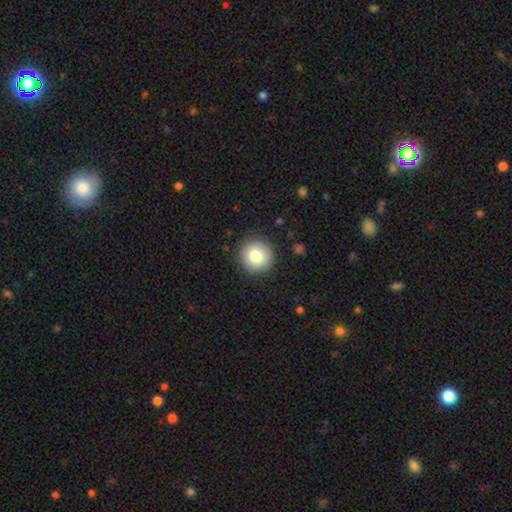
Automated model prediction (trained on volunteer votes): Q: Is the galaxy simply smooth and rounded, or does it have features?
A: smooth — 80%.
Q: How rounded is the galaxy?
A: round — 95%.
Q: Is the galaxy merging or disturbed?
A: none — 91%.